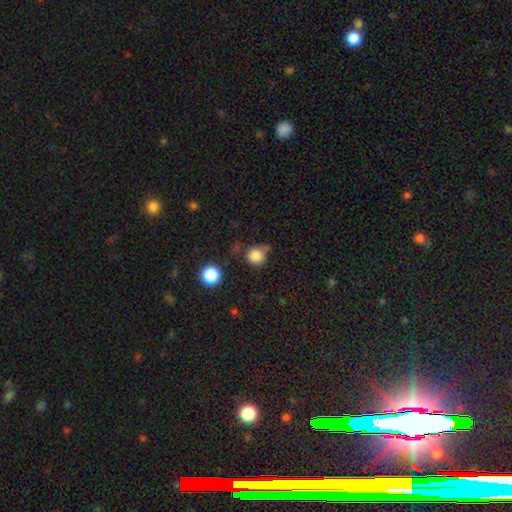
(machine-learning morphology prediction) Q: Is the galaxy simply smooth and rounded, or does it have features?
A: smooth — 82%.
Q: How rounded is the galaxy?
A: round — 90%.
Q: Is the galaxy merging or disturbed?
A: none — 59%.